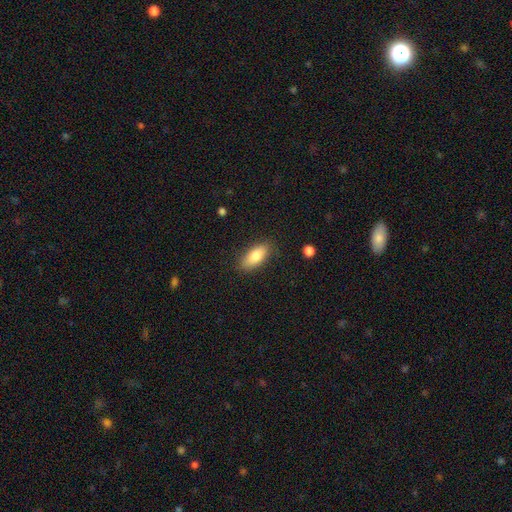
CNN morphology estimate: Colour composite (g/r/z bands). It shows a smooth galaxy with no disk features (80%) that is in between round and cigar-shaped (83%). Merging: none (83%).